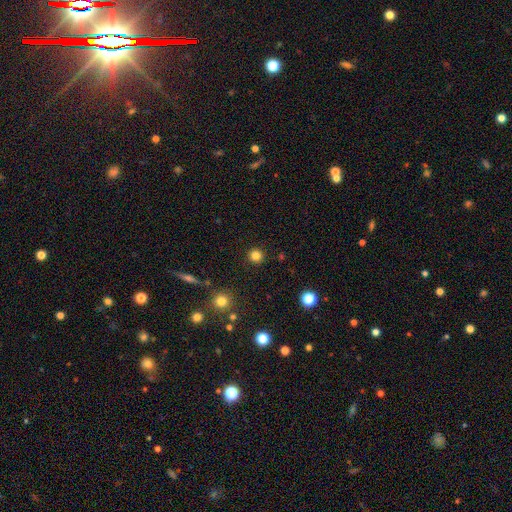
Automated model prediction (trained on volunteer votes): A smooth galaxy with no disk features (81%) that is round (95%).

Vote fractions:
- Smooth or featured? smooth: 81% / star or artifact: 14% / featured or disk: 5%
- How rounded? round: 95% / in between: 4% / cigar-shaped: 1%
- Merging? none: 92% / minor disturbance: 5% / major disturbance: 2% / merger: 1%